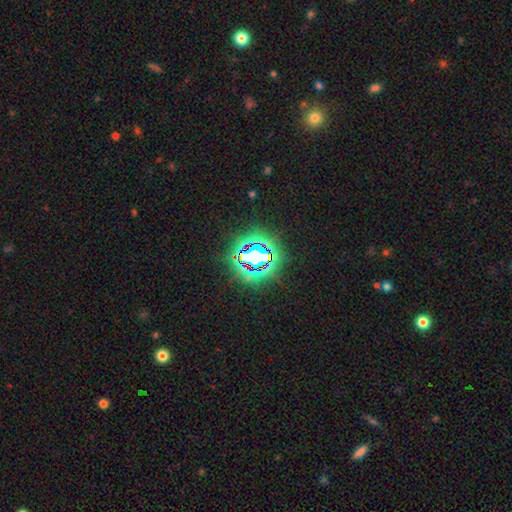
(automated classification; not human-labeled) This is likely a star or artifact rather than a galaxy (75%).